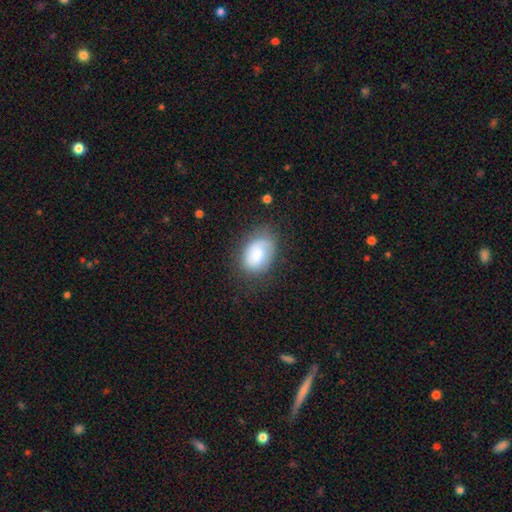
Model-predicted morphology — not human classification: smooth_or_featured: smooth (p=0.64) [alt: featured or disk p=0.29]
how_rounded: in between (p=0.79) [alt: round p=0.20]
merging: none (p=0.66) [alt: minor disturbance p=0.23]